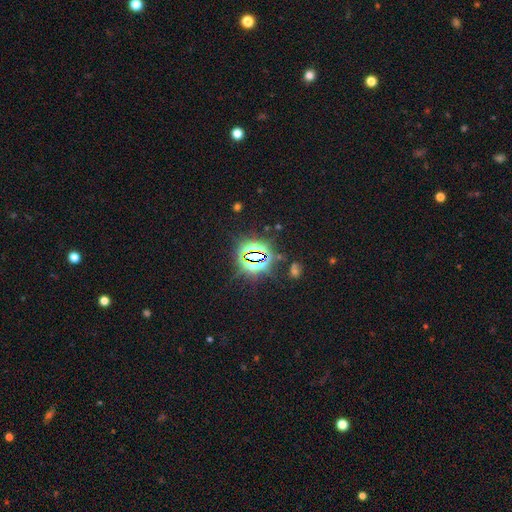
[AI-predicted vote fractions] The model was most divided on "smooth or featured": star or artifact: 80%, smooth: 12%, featured or disk: 8%.